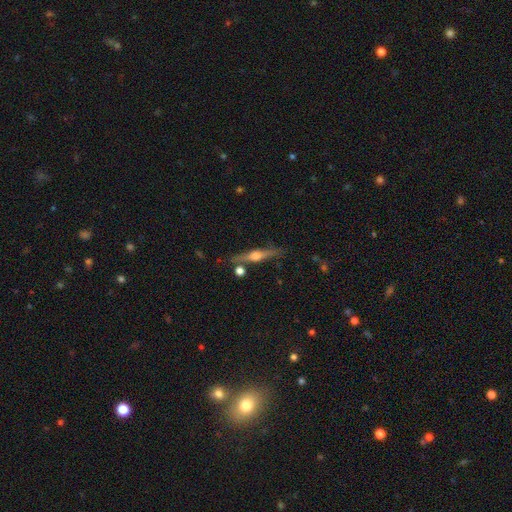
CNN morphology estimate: This appears to be a featured or disk galaxy (72%) viewed edge-on (97%) with a rounded central bulge (92%). Merging: none (81%).